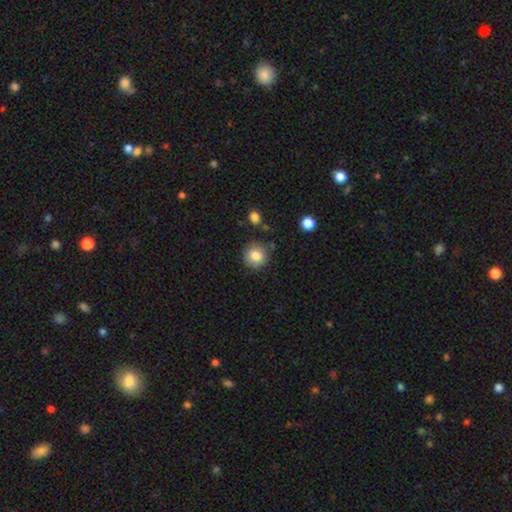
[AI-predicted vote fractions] A smooth galaxy with no disk features (83%) that is round (92%).

Vote fractions:
- Smooth or featured? smooth: 83% / star or artifact: 9% / featured or disk: 8%
- How rounded? round: 92% / in between: 7% / cigar-shaped: 1%
- Merging? none: 84% / minor disturbance: 10% / merger: 3% / major disturbance: 3%